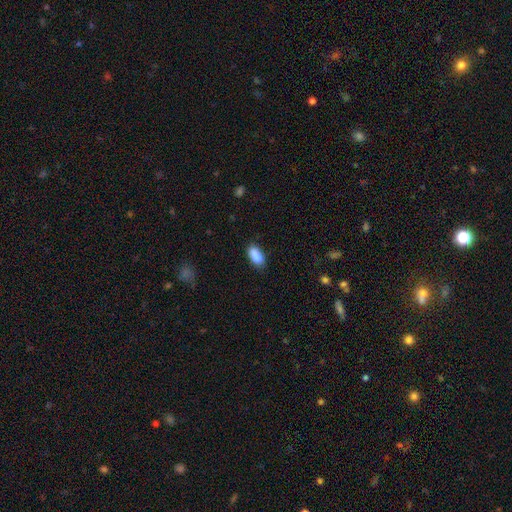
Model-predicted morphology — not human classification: This appears to be a smooth galaxy with no disk features (88%) that is in between round and cigar-shaped (89%). Merging: none (74%).